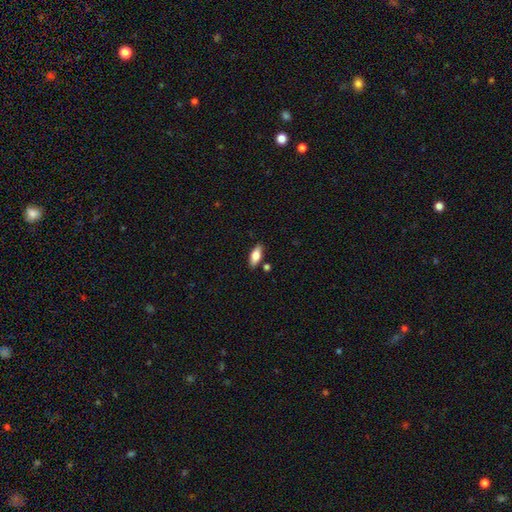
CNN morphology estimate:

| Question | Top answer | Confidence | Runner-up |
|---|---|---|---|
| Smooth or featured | smooth | 75% | featured or disk (18%) |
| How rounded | in between | 81% | cigar-shaped (16%) |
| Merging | none | 83% | minor disturbance (11%) |